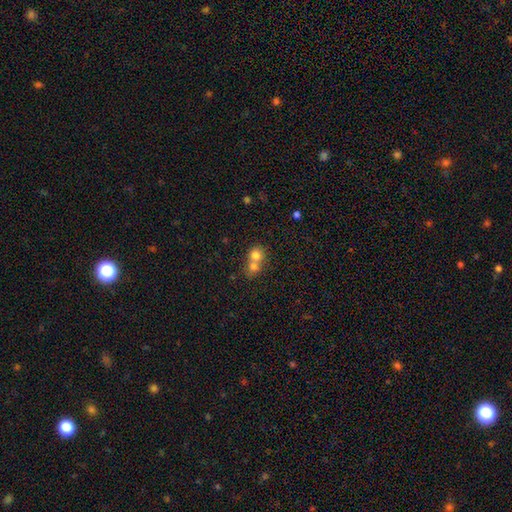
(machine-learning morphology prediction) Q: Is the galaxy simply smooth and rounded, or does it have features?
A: smooth — 75%.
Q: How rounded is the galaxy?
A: round — 80%.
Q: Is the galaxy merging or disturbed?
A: merger — 65%.